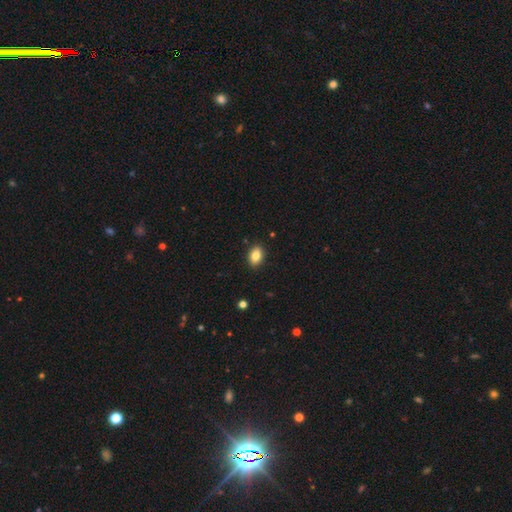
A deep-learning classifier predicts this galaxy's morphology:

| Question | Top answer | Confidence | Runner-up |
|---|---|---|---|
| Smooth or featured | smooth | 84% | star or artifact (9%) |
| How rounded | in between | 82% | round (17%) |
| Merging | none | 90% | minor disturbance (7%) |